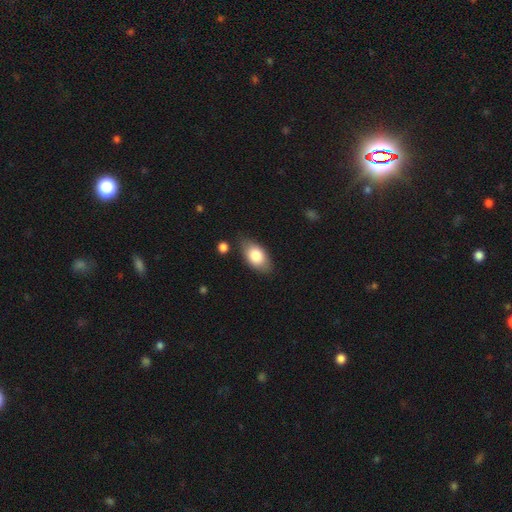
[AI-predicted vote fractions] Q: Smooth or featured?
A: smooth (80%); runner-up: featured or disk (13%)
Q: How rounded?
A: in between (92%); runner-up: round (5%)
Q: Merging?
A: none (78%); runner-up: minor disturbance (15%)